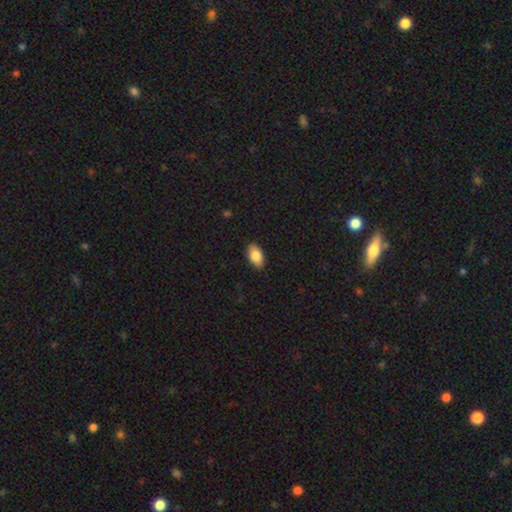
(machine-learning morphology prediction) smooth-or-featured: smooth: 84% | featured or disk: 9% | star or artifact: 7%
  how-rounded: in between: 94% | round: 4% | cigar-shaped: 2%
  merging: none: 90% | minor disturbance: 8% | major disturbance: 2% | merger: 1%